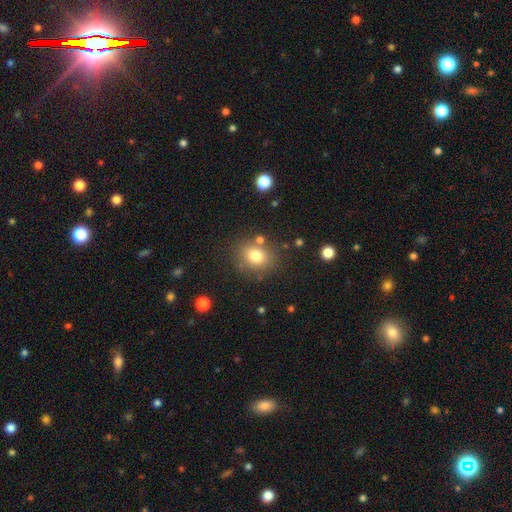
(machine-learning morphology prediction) smooth-or-featured: smooth: 77% | star or artifact: 13% | featured or disk: 10%
  how-rounded: round: 65% | in between: 34% | cigar-shaped: 1%
  merging: none: 77% | minor disturbance: 12% | merger: 7% | major disturbance: 4%